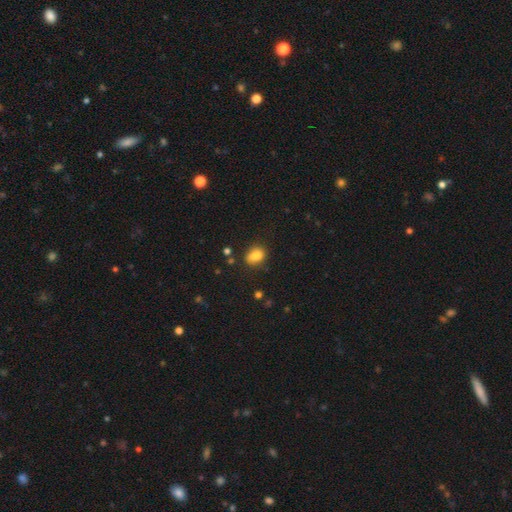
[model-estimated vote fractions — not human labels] A smooth galaxy with no disk features (77%) that is in between round and cigar-shaped (63%).

Vote fractions:
- Smooth or featured? smooth: 77% / featured or disk: 12% / star or artifact: 11%
- How rounded? in between: 63% / round: 35% / cigar-shaped: 2%
- Merging? none: 47% / merger: 28% / minor disturbance: 19% / major disturbance: 6%